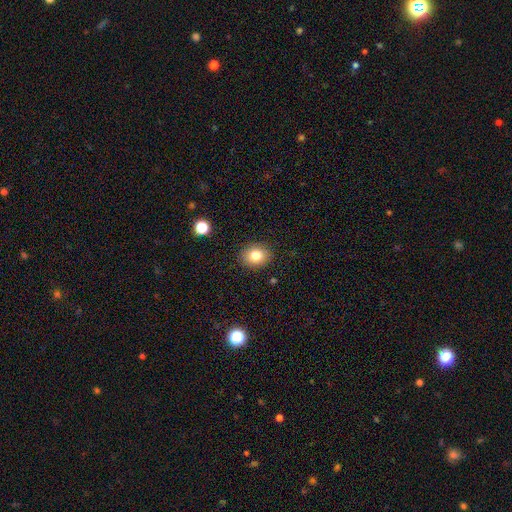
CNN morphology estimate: Smooth or featured? smooth (81%)
How rounded? round (55%)
Merging? none (88%)